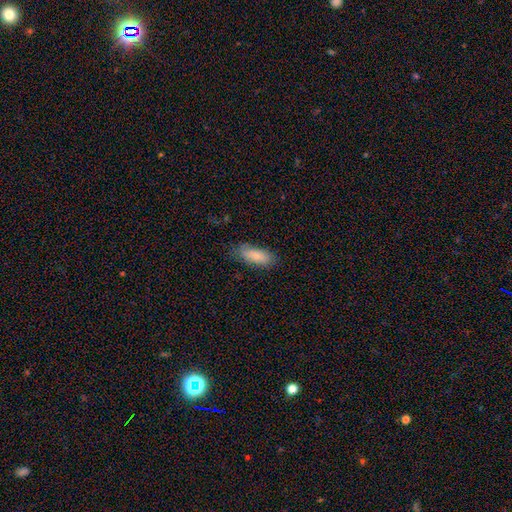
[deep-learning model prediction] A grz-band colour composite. It shows a smooth galaxy with no disk features (84%) that is in between round and cigar-shaped (70%). Merging: none (74%).